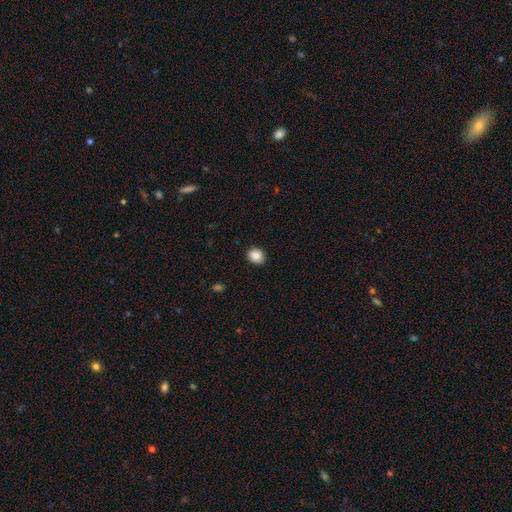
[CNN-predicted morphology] A smooth galaxy with no disk features (88%) that is round (64%).

Vote fractions:
- Smooth or featured? smooth: 88% / star or artifact: 9% / featured or disk: 3%
- How rounded? round: 64% / in between: 35% / cigar-shaped: 1%
- Merging? none: 88% / minor disturbance: 9% / major disturbance: 2% / merger: 1%